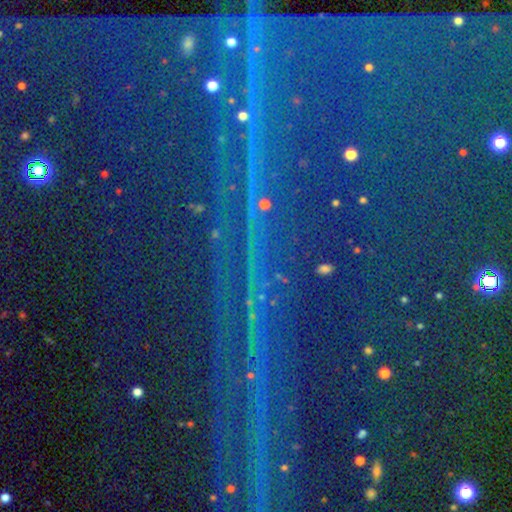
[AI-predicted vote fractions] A star or artifact, not a galaxy (87%).